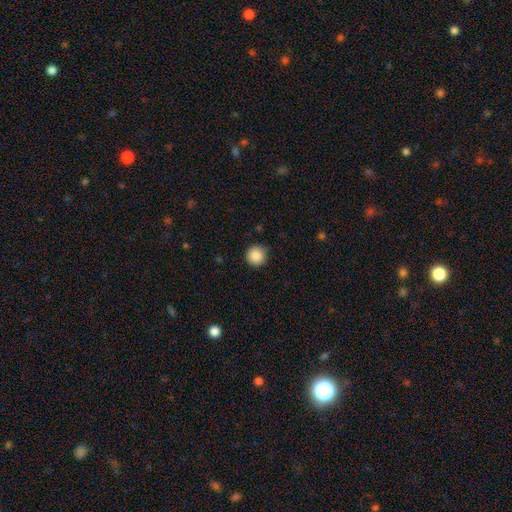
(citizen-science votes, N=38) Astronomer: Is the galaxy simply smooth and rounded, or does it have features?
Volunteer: smooth — 95%.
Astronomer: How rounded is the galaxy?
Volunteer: round — 97%.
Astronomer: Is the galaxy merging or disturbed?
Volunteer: none — 89%.